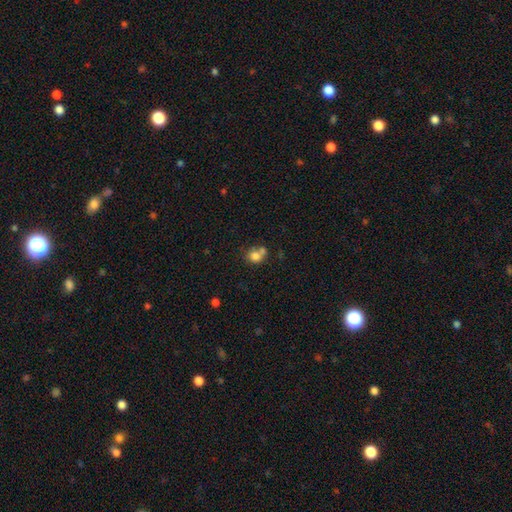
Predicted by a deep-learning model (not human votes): A smooth galaxy with no disk features (78%) that is round (71%).

Vote fractions:
- Smooth or featured? smooth: 78% / star or artifact: 11% / featured or disk: 11%
- How rounded? round: 71% / in between: 28% / cigar-shaped: 1%
- Merging? none: 41% / merger: 40% / minor disturbance: 13% / major disturbance: 6%